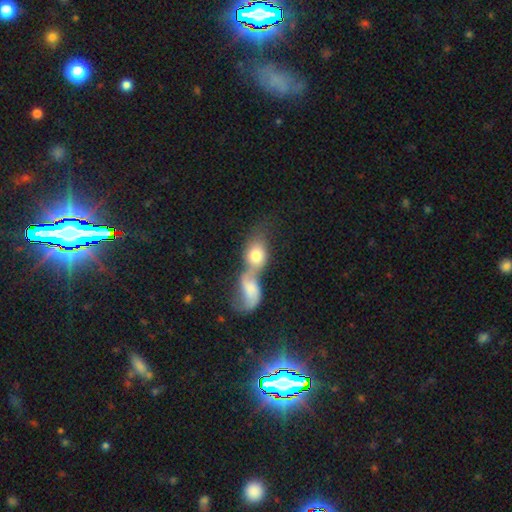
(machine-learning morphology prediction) This is likely a smooth galaxy (68%). How rounded: likely in between (70%). Merging: likely merger (77%).